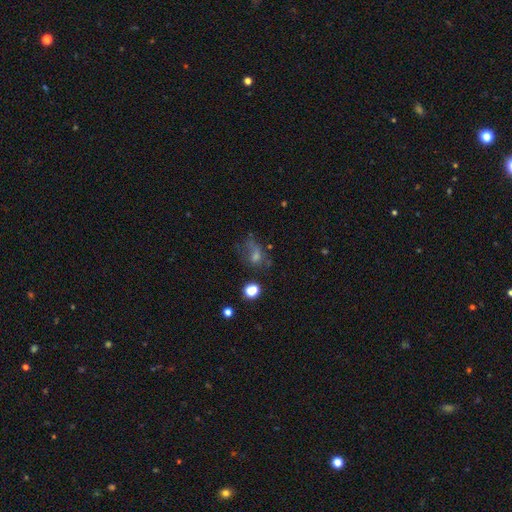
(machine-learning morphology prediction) smooth 42%, featured or disk 29%, star or artifact 28%. Down the decision tree: merging — none (41%).